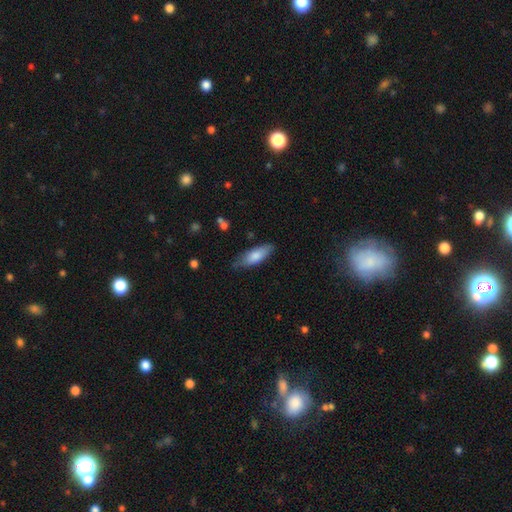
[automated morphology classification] smooth 78%, featured or disk 16%, star or artifact 6%. Down the decision tree: how rounded — in between (62%); merging — none (71%).